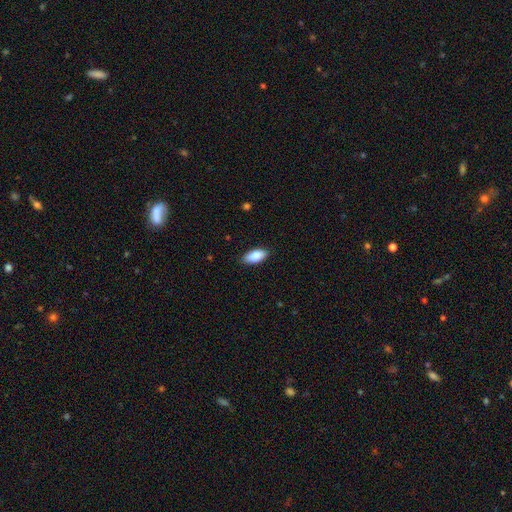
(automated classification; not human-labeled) Smooth or featured? smooth (88%)
How rounded? in between (91%)
Merging? none (85%)